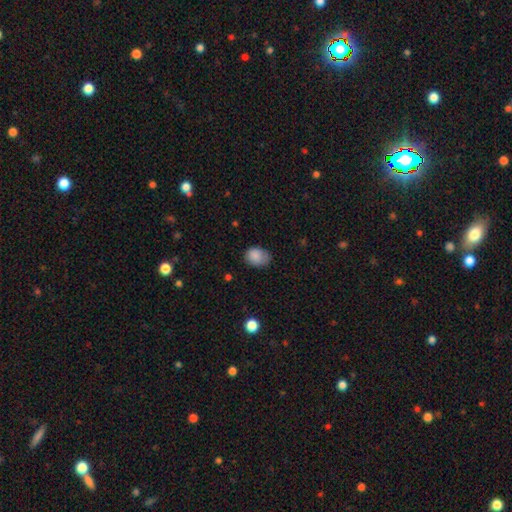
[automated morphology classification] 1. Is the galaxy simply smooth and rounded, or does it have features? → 85% smooth, 9% star or artifact, 6% featured or disk.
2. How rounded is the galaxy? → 65% in between, 34% round, 1% cigar-shaped.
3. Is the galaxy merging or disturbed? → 60% none, 31% minor disturbance, 8% major disturbance, 2% merger.